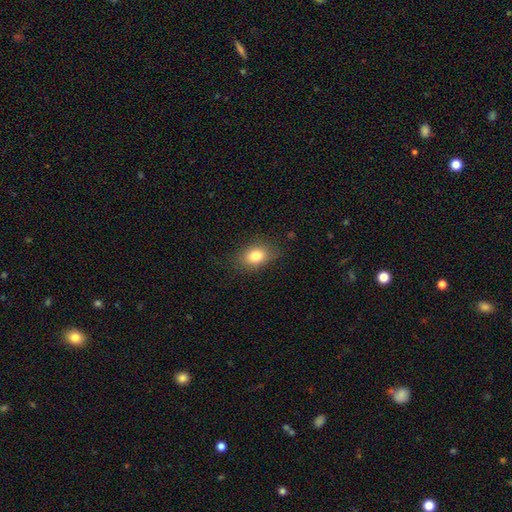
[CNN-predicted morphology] Q: Smooth or featured?
A: smooth (80%); runner-up: featured or disk (10%)
Q: How rounded?
A: in between (73%); runner-up: round (25%)
Q: Merging?
A: none (81%); runner-up: minor disturbance (14%)